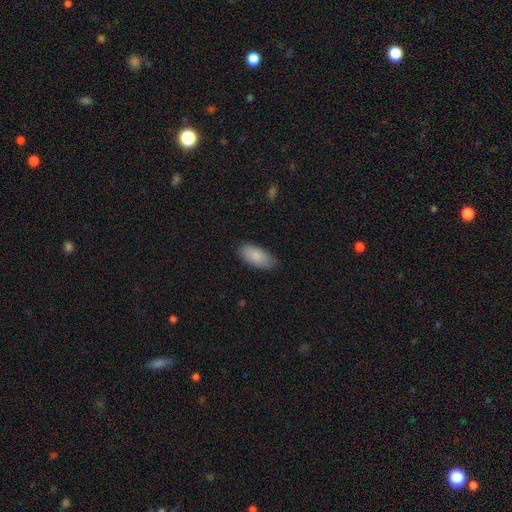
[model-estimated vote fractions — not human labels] A smooth galaxy with no disk features (87%) that is in between round and cigar-shaped (91%). Merging: none (82%).